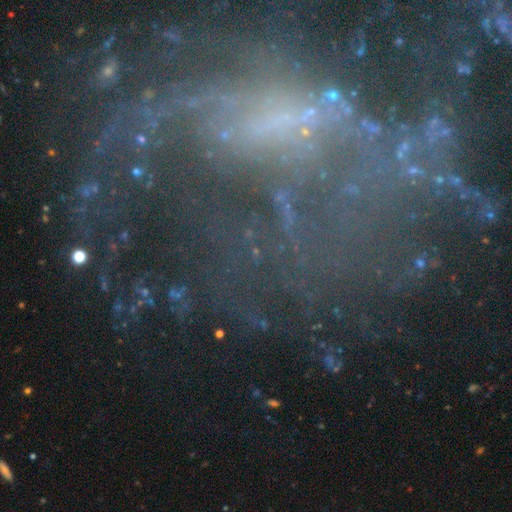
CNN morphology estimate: The model was most divided on "bar": no: 42%, weak: 34%, strong: 24%. Remaining: edge-on disk — no (96%); smooth or featured — featured or disk (71%); spiral arms — yes (70%); bulge size — none (50%); merging — none (45%).